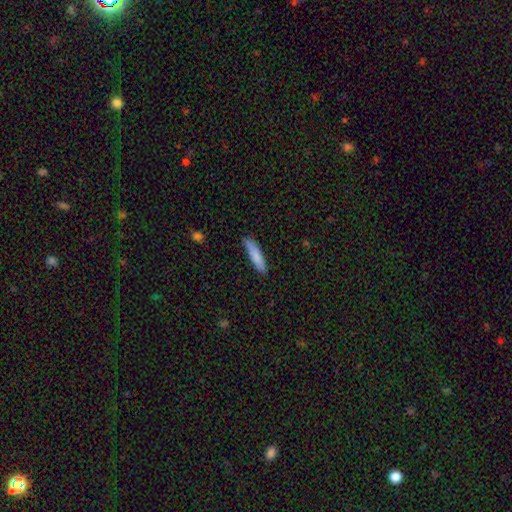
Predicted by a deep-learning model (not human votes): This is clearly a smooth galaxy (82%). How rounded: clearly cigar-shaped (84%). Merging: clearly none (84%).